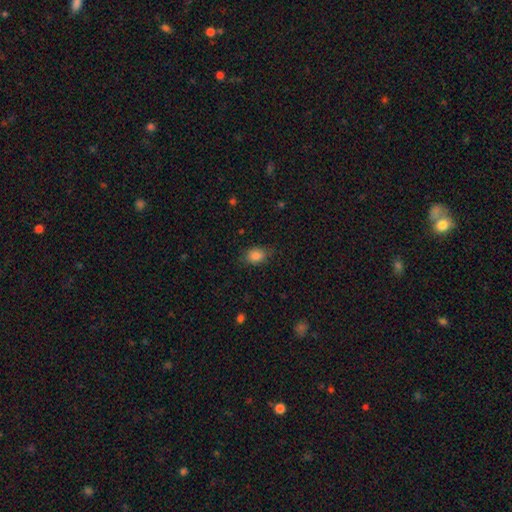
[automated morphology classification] Smooth or featured?
  - smooth: 85% *
  - star or artifact: 9%
  - featured or disk: 5%
How rounded?
  - in between: 70% *
  - round: 29%
  - cigar-shaped: 1%
Merging?
  - none: 76% *
  - minor disturbance: 19%
  - major disturbance: 4%
  - merger: 1%